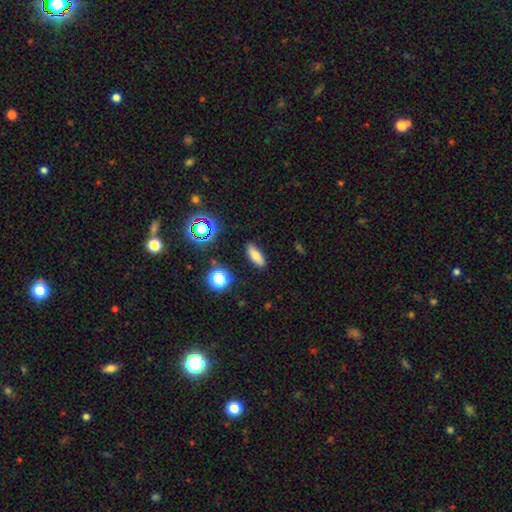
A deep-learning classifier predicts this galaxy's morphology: Smooth or featured? Predicted: smooth (p=0.75). How rounded? Predicted: in between (p=0.66). Merging? Predicted: none (p=0.86).